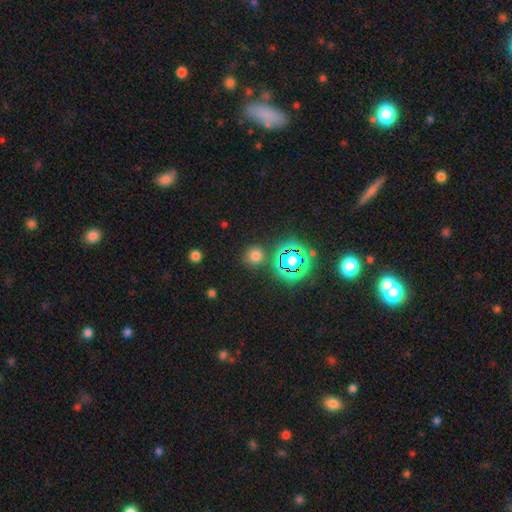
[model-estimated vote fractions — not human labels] A smooth galaxy with no disk features (66%) that is round (88%).

Vote fractions:
- Smooth or featured? smooth: 66% / star or artifact: 28% / featured or disk: 6%
- How rounded? round: 88% / in between: 11% / cigar-shaped: 1%
- Merging? none: 84% / minor disturbance: 9% / merger: 4% / major disturbance: 3%